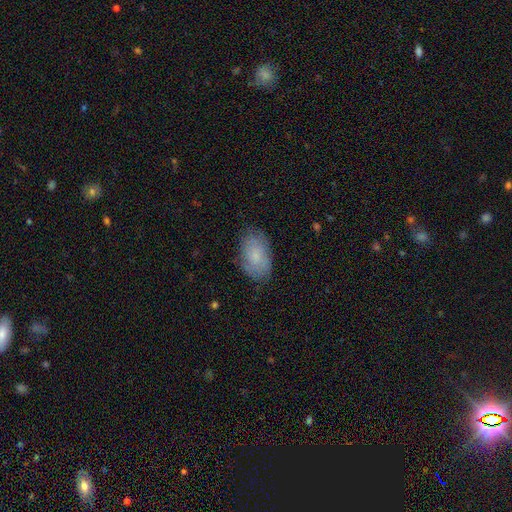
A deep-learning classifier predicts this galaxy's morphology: This appears to be a smooth galaxy with no disk features (69%) that is in between round and cigar-shaped (92%). Merging: none (76%).